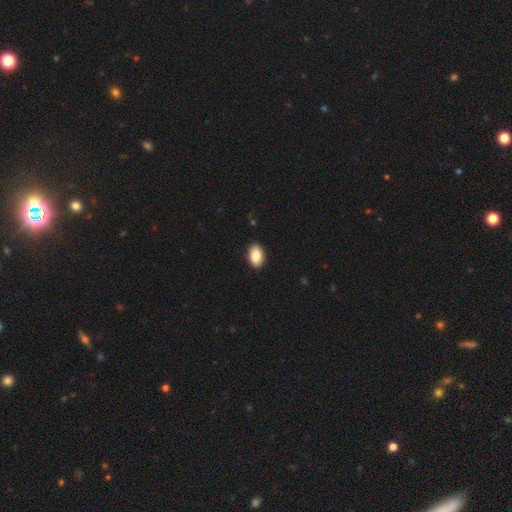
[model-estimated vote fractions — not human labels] Overall: smooth (87%). How rounded: in between (91%). Merging: none (91%).